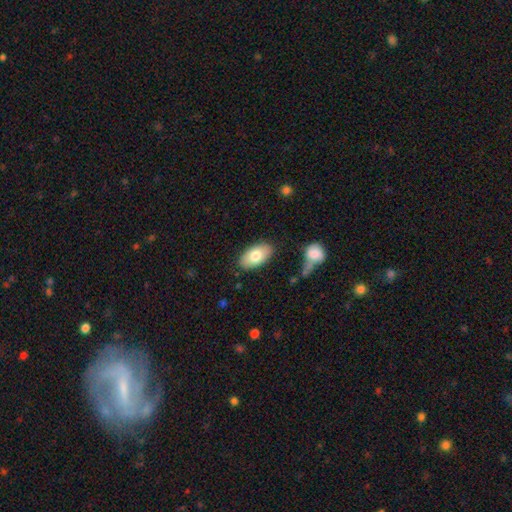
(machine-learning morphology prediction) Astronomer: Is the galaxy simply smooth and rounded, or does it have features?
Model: smooth — 77%.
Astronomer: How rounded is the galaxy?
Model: in between — 94%.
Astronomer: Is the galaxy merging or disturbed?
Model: none — 83%.